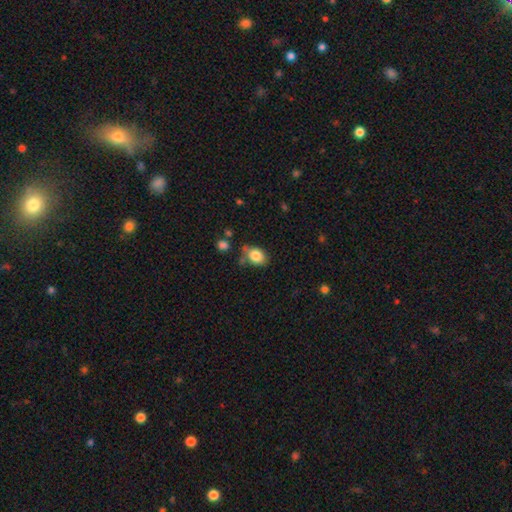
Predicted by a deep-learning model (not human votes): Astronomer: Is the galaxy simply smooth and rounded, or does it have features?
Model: smooth — 83%.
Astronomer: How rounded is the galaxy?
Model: in between — 67%.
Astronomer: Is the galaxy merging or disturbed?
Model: none — 67%.